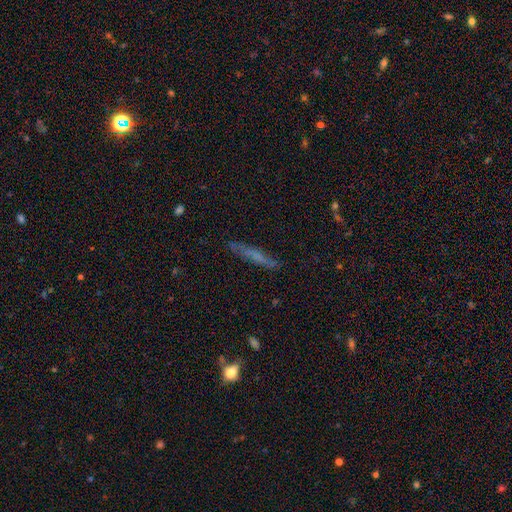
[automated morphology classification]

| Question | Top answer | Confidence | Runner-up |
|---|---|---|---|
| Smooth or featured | featured or disk | 44% | tied: smooth (44%) |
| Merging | none | 80% | minor disturbance (14%) |